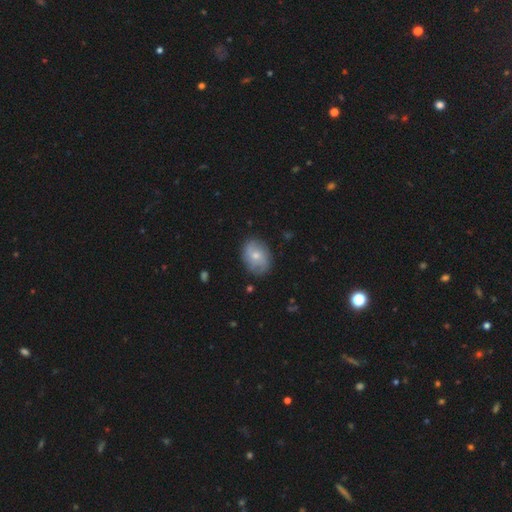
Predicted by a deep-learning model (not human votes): A smooth galaxy with no disk features (52%) that is in between round and cigar-shaped (65%). Merging: none (77%).